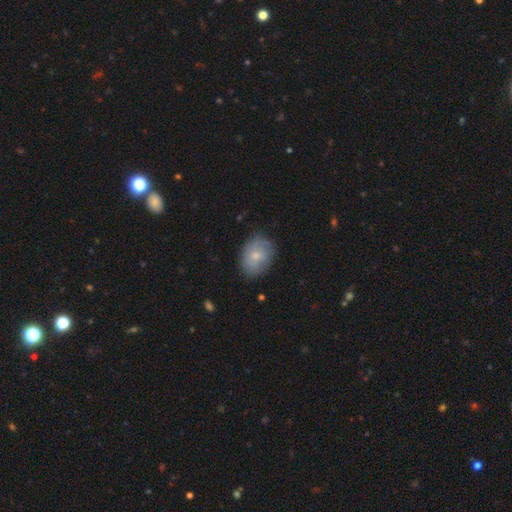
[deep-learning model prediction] A smooth galaxy with no disk features (63%) that is in between round and cigar-shaped (71%).

Vote fractions:
- Smooth or featured? smooth: 63% / featured or disk: 29% / star or artifact: 7%
- How rounded? in between: 71% / round: 28% / cigar-shaped: 1%
- Merging? none: 75% / minor disturbance: 19% / major disturbance: 5% / merger: 1%